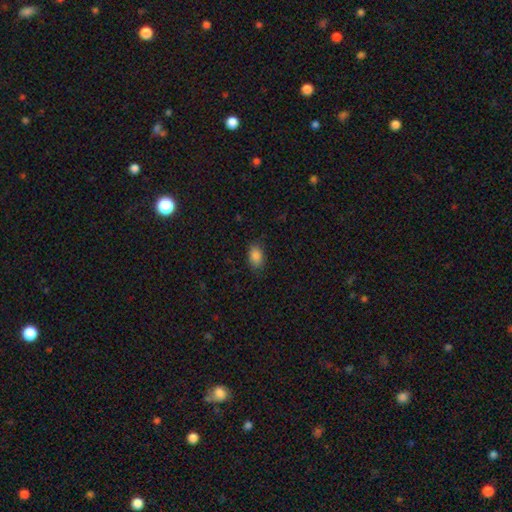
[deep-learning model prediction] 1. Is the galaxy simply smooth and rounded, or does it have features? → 86% smooth, 9% star or artifact, 5% featured or disk.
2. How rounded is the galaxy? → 86% in between, 12% round, 1% cigar-shaped.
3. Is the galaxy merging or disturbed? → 83% none, 13% minor disturbance, 3% major disturbance, 1% merger.